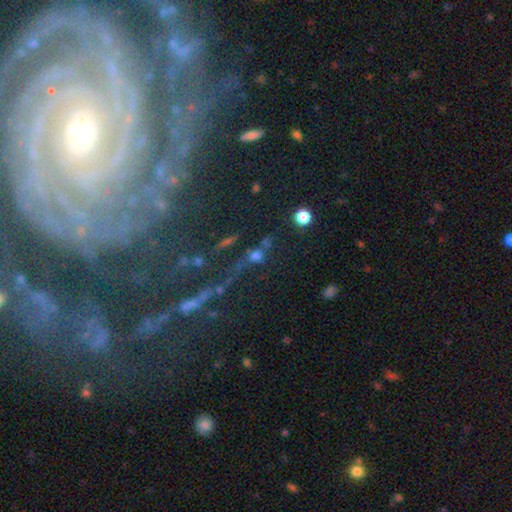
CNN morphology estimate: The model was most divided on "smooth or featured": smooth: 54%, star or artifact: 32%, featured or disk: 13%. More confident: how rounded — round (78%); merging — none (55%).